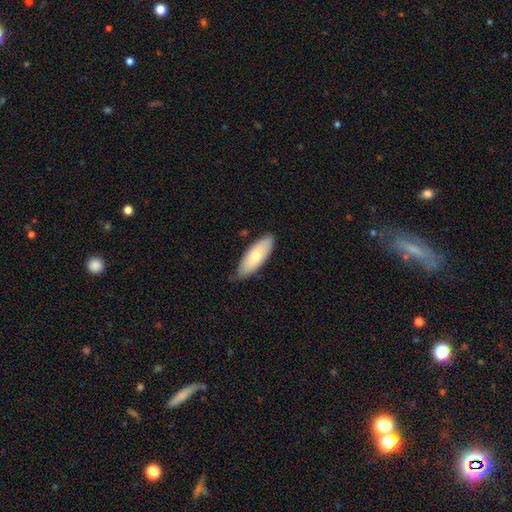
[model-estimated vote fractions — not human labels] Smooth or featured? Predicted: smooth (p=0.69). How rounded? Predicted: in between (p=0.72). Merging? Predicted: none (p=0.78).